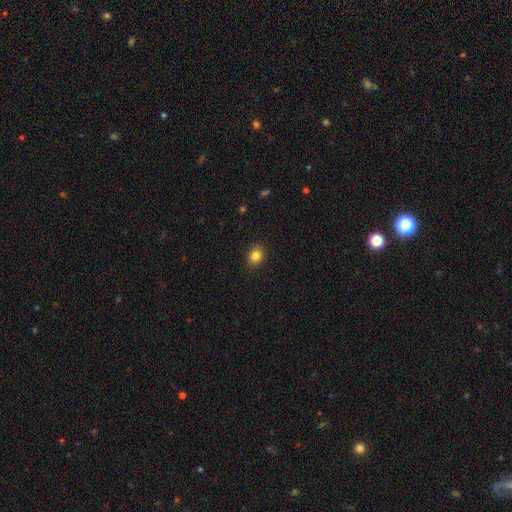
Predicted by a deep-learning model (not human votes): Morphology: type=smooth (84%); roundness=round (61%); merging=none (90%).